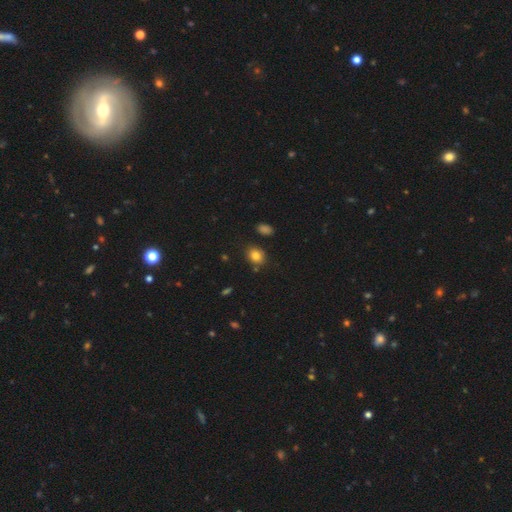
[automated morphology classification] smooth-or-featured: smooth: 83% | star or artifact: 11% | featured or disk: 6%
  how-rounded: round: 51% | in between: 48% | cigar-shaped: 1%
  merging: none: 80% | minor disturbance: 12% | merger: 5% | major disturbance: 3%